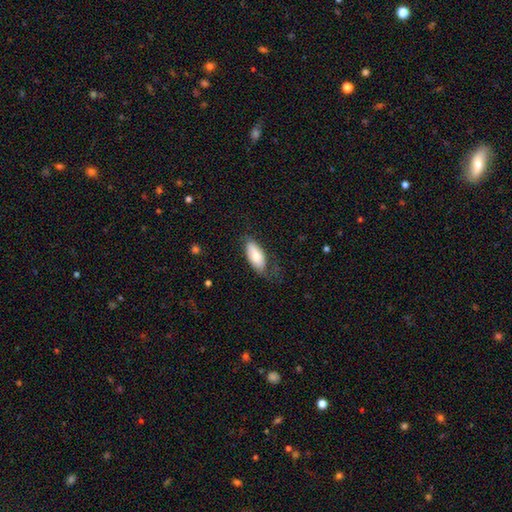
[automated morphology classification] This appears to be a smooth galaxy with no disk features (74%) that is in between round and cigar-shaped (86%). Merging: none (54%).